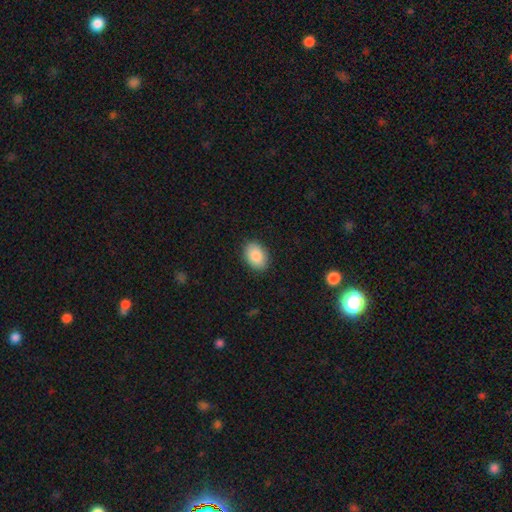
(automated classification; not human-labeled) This appears to be a smooth galaxy with no disk features (88%) that is in between round and cigar-shaped (83%). Merging: none (89%).